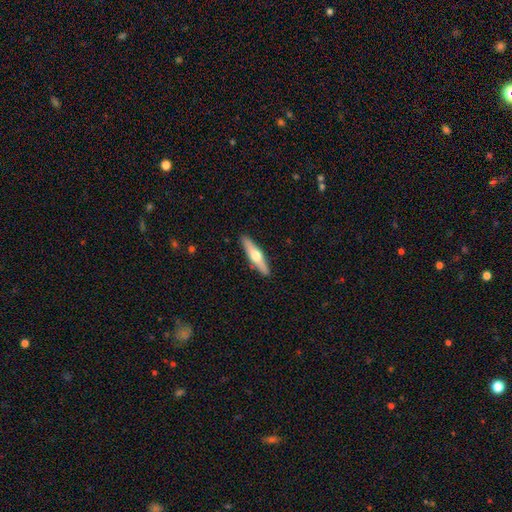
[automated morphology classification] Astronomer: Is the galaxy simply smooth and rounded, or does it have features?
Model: featured or disk — 51% (runner-up: smooth, 44%).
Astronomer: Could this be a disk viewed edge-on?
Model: yes — 92%.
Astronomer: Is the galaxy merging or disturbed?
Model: none — 90%.